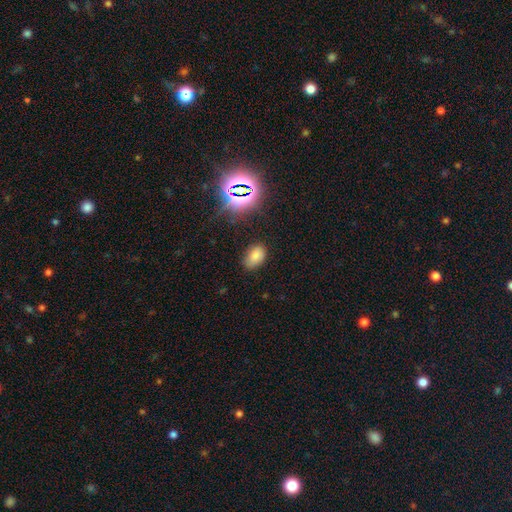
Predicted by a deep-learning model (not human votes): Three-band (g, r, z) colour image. It shows a smooth galaxy with no disk features (75%) that is in between round and cigar-shaped (87%). Merging: none (75%).